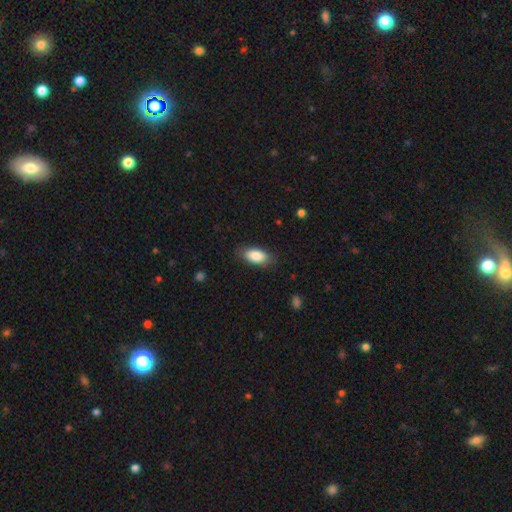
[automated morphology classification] smooth-or-featured: smooth: 86% | featured or disk: 7% | star or artifact: 7%
  how-rounded: in between: 92% | cigar-shaped: 5% | round: 3%
  merging: none: 82% | minor disturbance: 13% | major disturbance: 3% | merger: 1%